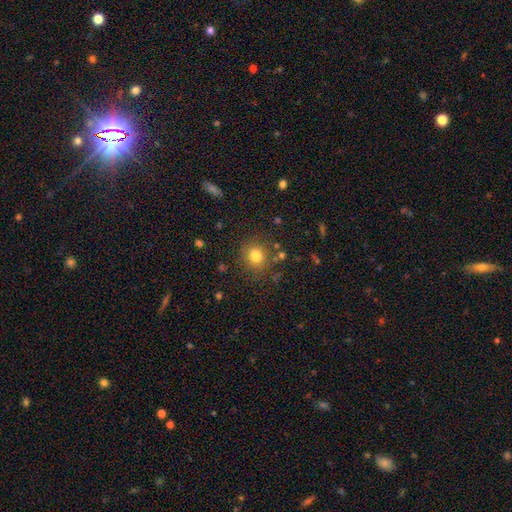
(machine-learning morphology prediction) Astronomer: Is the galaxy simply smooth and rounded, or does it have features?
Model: smooth — 79%.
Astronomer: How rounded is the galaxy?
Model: round — 88%.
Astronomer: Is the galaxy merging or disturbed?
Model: none — 84%.